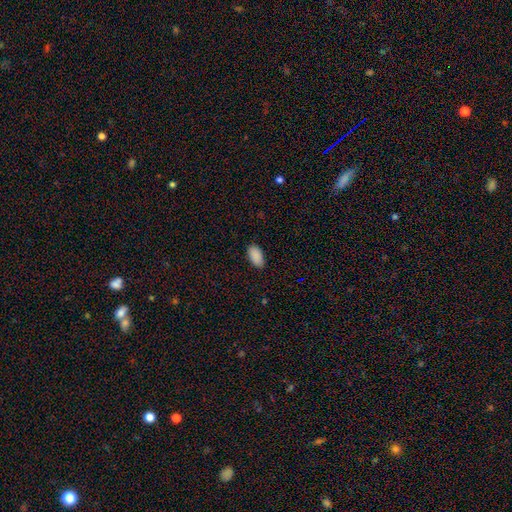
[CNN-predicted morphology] Smooth or featured? Predicted: smooth (p=0.90). How rounded? Predicted: in between (p=0.95). Merging? Predicted: none (p=0.88).